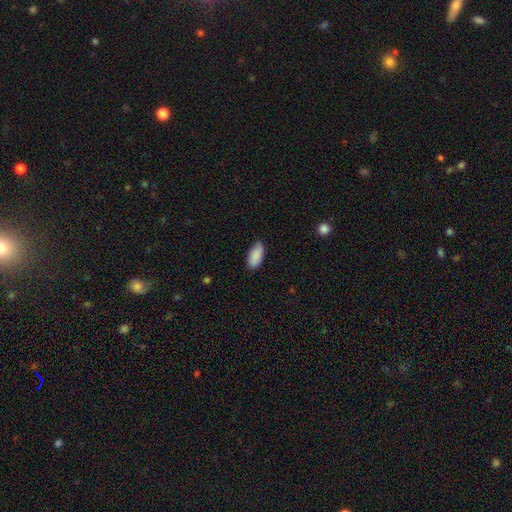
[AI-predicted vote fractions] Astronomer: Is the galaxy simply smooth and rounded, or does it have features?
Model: smooth — 89%.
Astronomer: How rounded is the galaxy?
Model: in between — 90%.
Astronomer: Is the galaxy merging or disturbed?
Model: none — 80%.